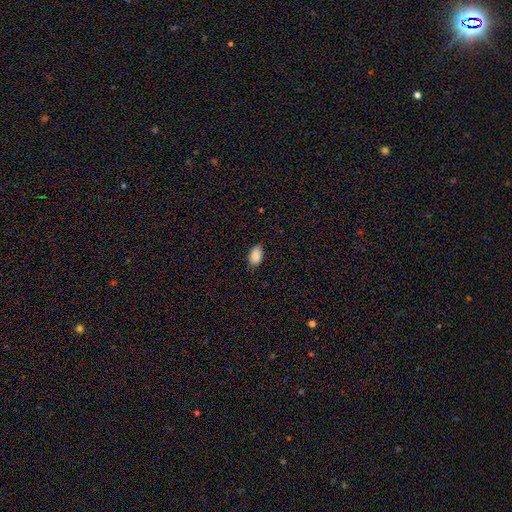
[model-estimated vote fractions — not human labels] A smooth galaxy with no disk features (89%) that is in between round and cigar-shaped (92%). Merging: none (82%).